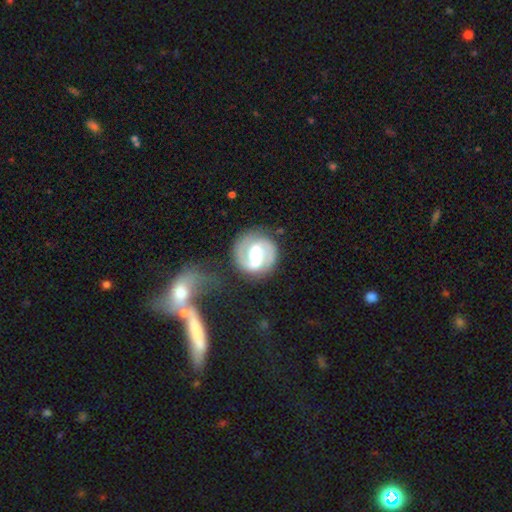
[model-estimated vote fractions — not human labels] Q: Smooth or featured?
A: featured or disk (83%); runner-up: smooth (12%)
Q: Edge-on disk?
A: no (98%); runner-up: yes (2%)
Q: Bar?
A: strong (54%); runner-up: weak (35%)
Q: Spiral arms?
A: yes (92%); runner-up: no (8%)
Q: Spiral winding?
A: medium (48%); runner-up: tight (34%)
Q: Spiral arm count?
A: 2 (90%); runner-up: can't tell (4%)
Q: Bulge size?
A: moderate (64%); runner-up: large (18%)
Q: Merging?
A: none (79%); runner-up: minor disturbance (12%)